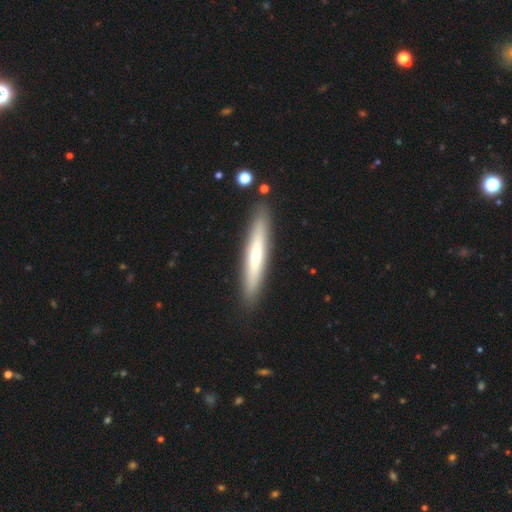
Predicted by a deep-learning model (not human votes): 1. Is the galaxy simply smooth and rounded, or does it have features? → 56% smooth, 39% featured or disk, 6% star or artifact.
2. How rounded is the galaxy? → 93% cigar-shaped, 6% in between, 1% round.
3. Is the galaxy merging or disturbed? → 89% none, 7% minor disturbance, 2% merger, 2% major disturbance.